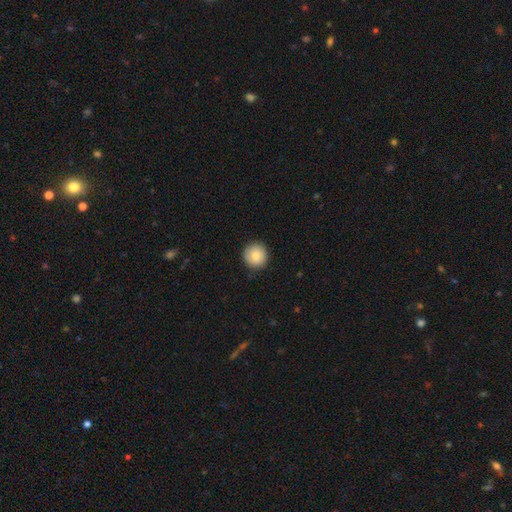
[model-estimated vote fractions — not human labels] Smooth or featured?
  - smooth: 87% *
  - star or artifact: 8%
  - featured or disk: 6%
How rounded?
  - round: 95% *
  - in between: 4%
  - cigar-shaped: 1%
Merging?
  - none: 91% *
  - minor disturbance: 6%
  - major disturbance: 2%
  - merger: 1%